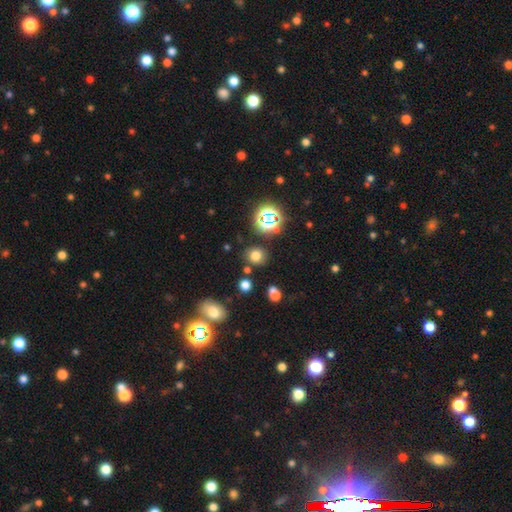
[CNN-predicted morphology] smooth_or_featured: smooth (p=0.68) [alt: star or artifact p=0.24]
how_rounded: round (p=0.75) [alt: in between p=0.24]
merging: none (p=0.80) [alt: minor disturbance p=0.10]